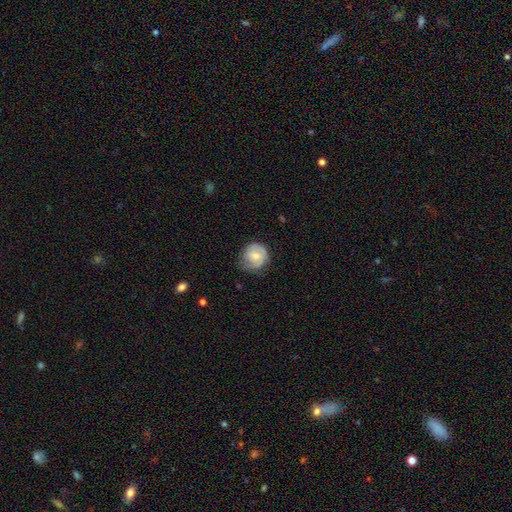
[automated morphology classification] smooth 54%, featured or disk 40%, star or artifact 7%. Down the decision tree: how rounded — round (79%); merging — none (59%).